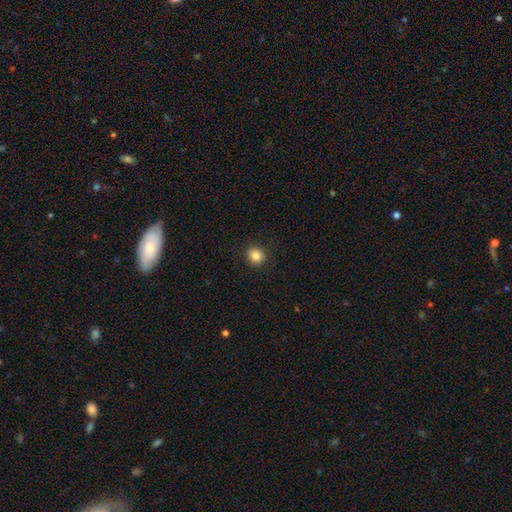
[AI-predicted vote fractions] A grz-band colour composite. It shows a smooth galaxy with no disk features (85%) that is round (88%). Merging: none (91%).